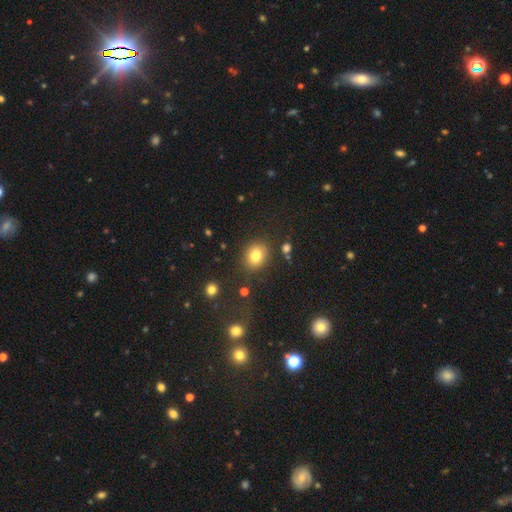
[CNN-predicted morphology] Smooth or featured? Predicted: smooth (p=0.80). How rounded? Predicted: round (p=0.64). Merging? Predicted: none (p=0.83).